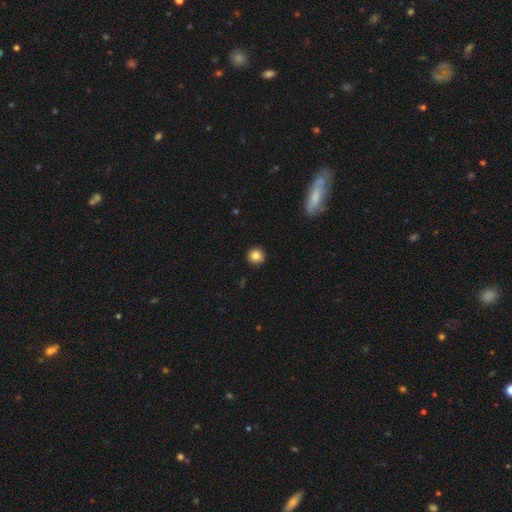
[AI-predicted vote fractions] A smooth galaxy with no disk features (84%) that is round (95%).

Vote fractions:
- Smooth or featured? smooth: 84% / star or artifact: 10% / featured or disk: 6%
- How rounded? round: 95% / in between: 4% / cigar-shaped: 1%
- Merging? none: 92% / minor disturbance: 5% / major disturbance: 2% / merger: 1%